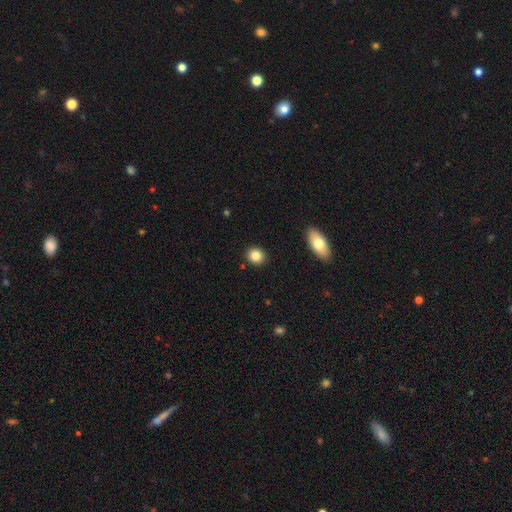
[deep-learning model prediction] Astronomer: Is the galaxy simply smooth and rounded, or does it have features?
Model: smooth — 84%.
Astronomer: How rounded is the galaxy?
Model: round — 79%.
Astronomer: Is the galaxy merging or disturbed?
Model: none — 90%.